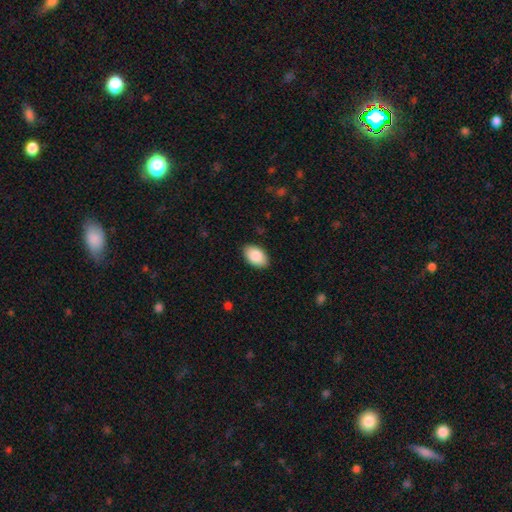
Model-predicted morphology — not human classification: Smooth or featured? Predicted: smooth (p=0.88). How rounded? Predicted: in between (p=0.93). Merging? Predicted: none (p=0.88).